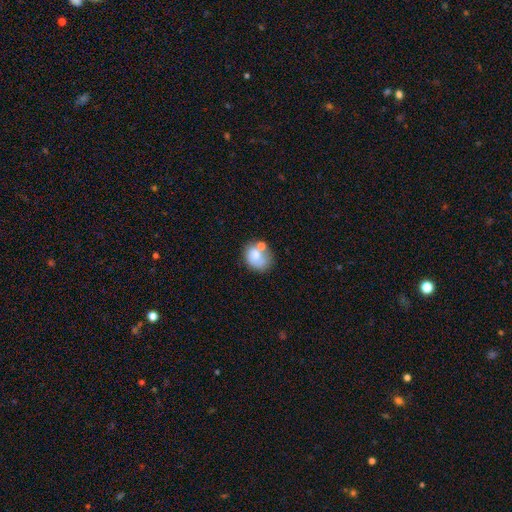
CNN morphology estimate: smooth_or_featured: smooth (p=0.71) [alt: featured or disk p=0.21]
how_rounded: round (p=0.55) [alt: in between p=0.44]
merging: none (p=0.42) [alt: merger p=0.27]